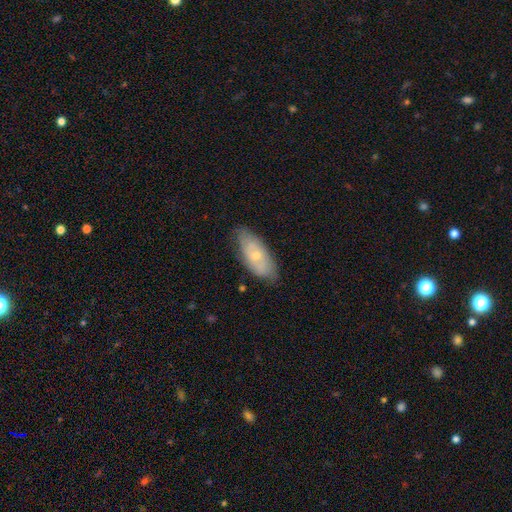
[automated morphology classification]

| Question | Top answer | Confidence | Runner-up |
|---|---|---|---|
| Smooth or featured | smooth | 48% | featured or disk (46%) |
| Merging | none | 74% | minor disturbance (20%) |